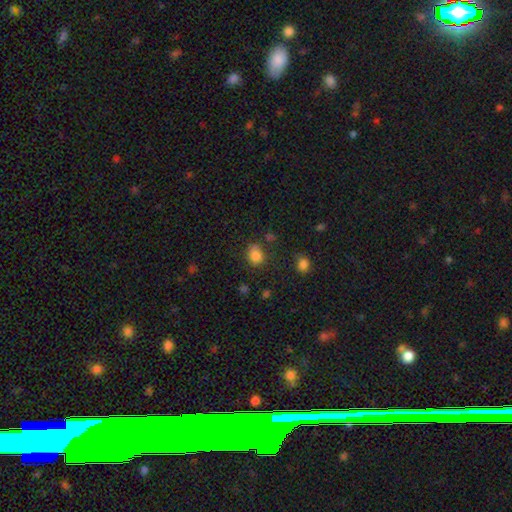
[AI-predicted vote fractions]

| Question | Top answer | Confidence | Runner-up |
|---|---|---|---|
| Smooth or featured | smooth | 81% | star or artifact (12%) |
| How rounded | round | 66% | in between (33%) |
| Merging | none | 63% | minor disturbance (22%) |